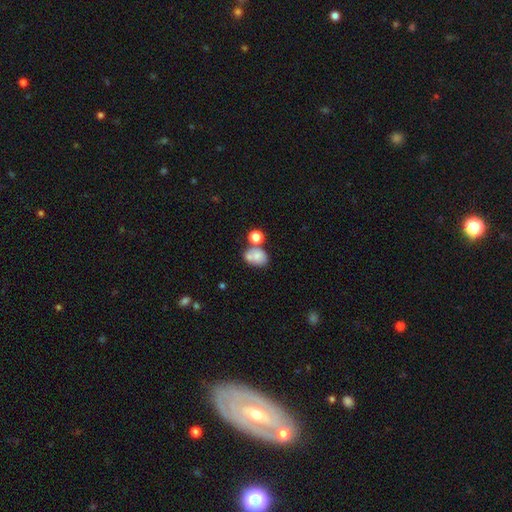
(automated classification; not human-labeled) Smooth or featured? smooth (75%)
How rounded? in between (66%)
Merging? none (40%)